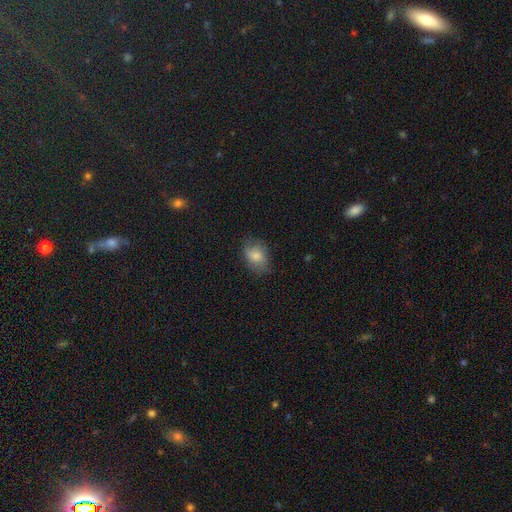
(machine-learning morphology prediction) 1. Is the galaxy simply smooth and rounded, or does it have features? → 76% smooth, 15% featured or disk, 9% star or artifact.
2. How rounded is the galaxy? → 68% in between, 30% round, 1% cigar-shaped.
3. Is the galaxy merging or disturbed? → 68% none, 23% minor disturbance, 7% major disturbance, 1% merger.